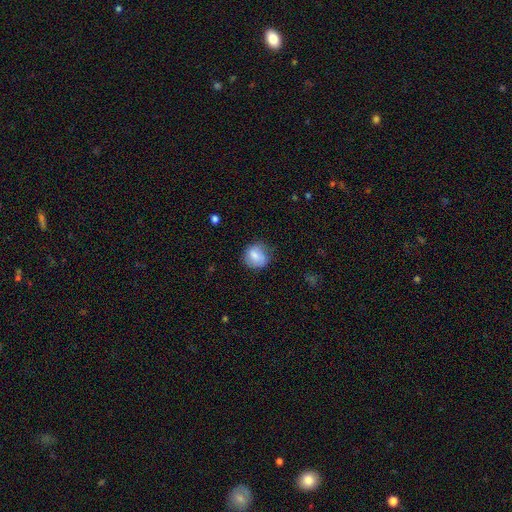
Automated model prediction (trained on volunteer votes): Smooth or featured? smooth (77%)
How rounded? round (78%)
Merging? none (65%)